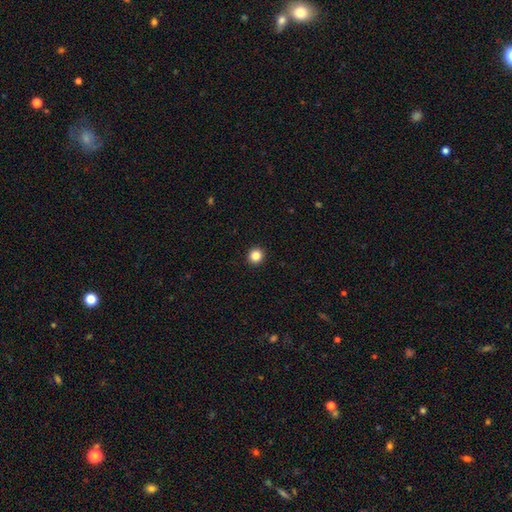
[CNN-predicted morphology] The model was most divided on "smooth or featured": smooth: 84%, star or artifact: 11%, featured or disk: 4%. More confident: how rounded — round (94%); merging — none (94%).